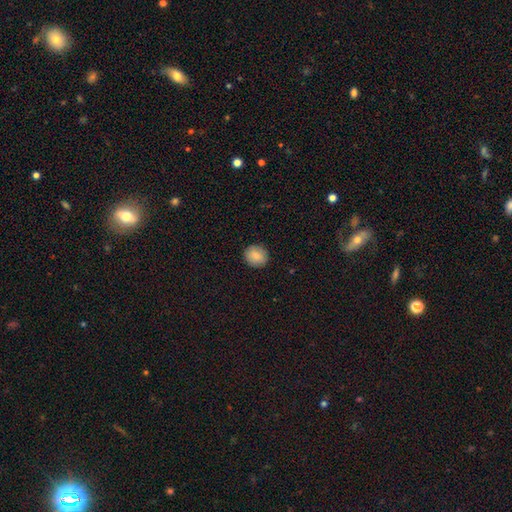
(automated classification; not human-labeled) A smooth galaxy with no disk features (84%) that is round (88%).

Vote fractions:
- Smooth or featured? smooth: 84% / star or artifact: 8% / featured or disk: 8%
- How rounded? round: 88% / in between: 11% / cigar-shaped: 1%
- Merging? none: 91% / minor disturbance: 7% / major disturbance: 2% / merger: 1%